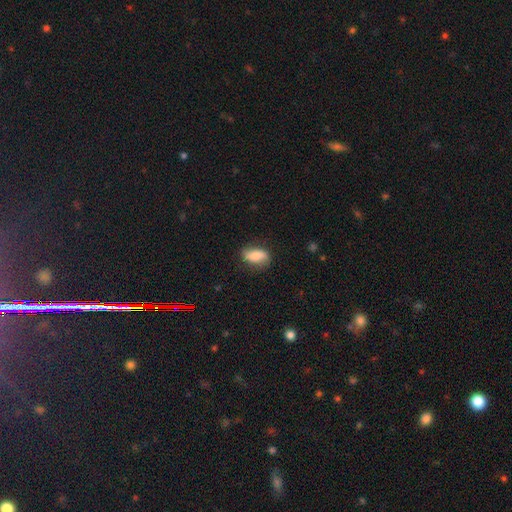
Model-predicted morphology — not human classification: Smooth or featured: smooth — 73% (featured or disk — 20%)
How rounded: in between — 83% (cigar-shaped — 11%)
Merging: none — 78% (minor disturbance — 17%)